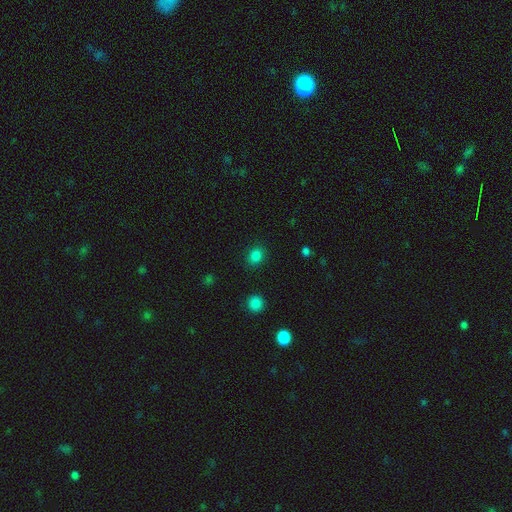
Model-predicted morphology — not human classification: The model was most divided on "how rounded": round: 63%, in between: 36%, cigar-shaped: 1%. More confident: merging — none (88%); smooth or featured — smooth (83%).